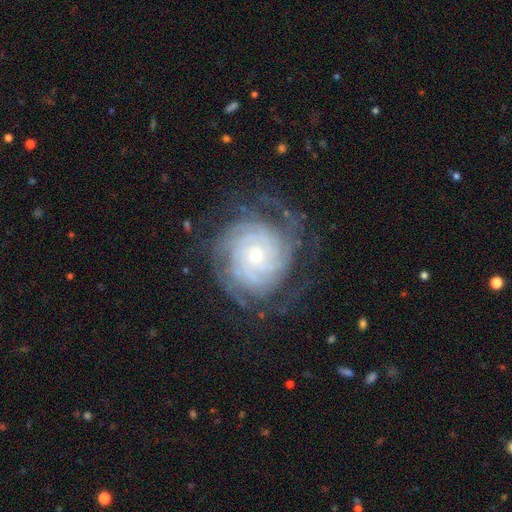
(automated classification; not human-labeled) smooth-or-featured: featured or disk: 88% | star or artifact: 6% | smooth: 6%
  disk-edge-on: no: 97% | yes: 3%
    bar: no: 77% | weak: 17% | strong: 5%
    has-spiral-arms: yes: 98% | no: 2%
      spiral-winding: tight: 82% | medium: 15% | loose: 3%
      spiral-arm-count: can't tell: 28% | 4: 21% | more than 4: 20% | 3: 13% | 2: 11% | 1: 7%
    bulge-size: small: 69% | moderate: 27% | large: 2% | none: 1% | dominant: 1%
  merging: none: 73% | minor disturbance: 16% | major disturbance: 10% | merger: 1%